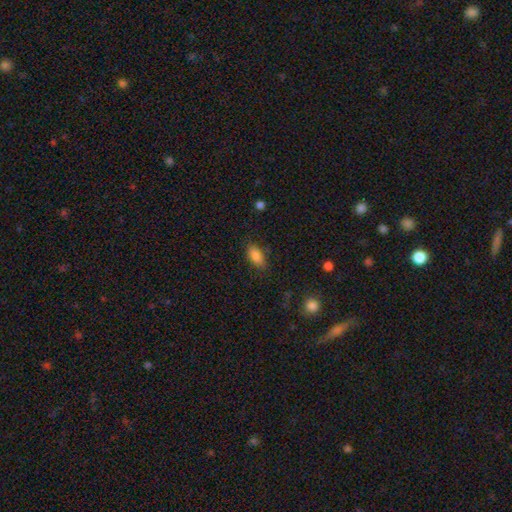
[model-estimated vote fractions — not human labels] This is clearly a smooth galaxy (86%). How rounded: clearly in between (89%). Merging: clearly none (80%).